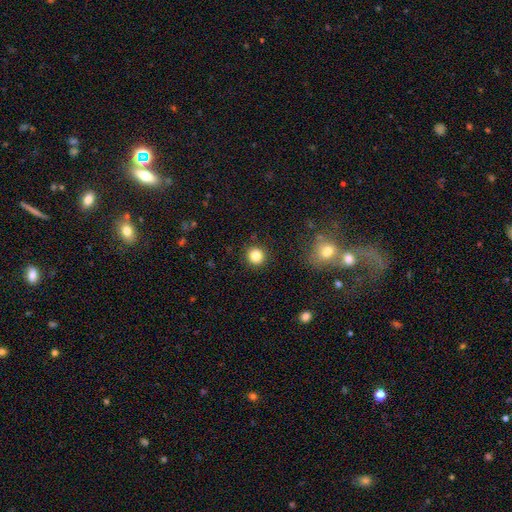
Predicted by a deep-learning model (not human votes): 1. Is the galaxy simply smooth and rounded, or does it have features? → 84% smooth, 11% star or artifact, 5% featured or disk.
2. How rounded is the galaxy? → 93% round, 7% in between, 1% cigar-shaped.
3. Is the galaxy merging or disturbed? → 91% none, 5% minor disturbance, 2% major disturbance, 1% merger.